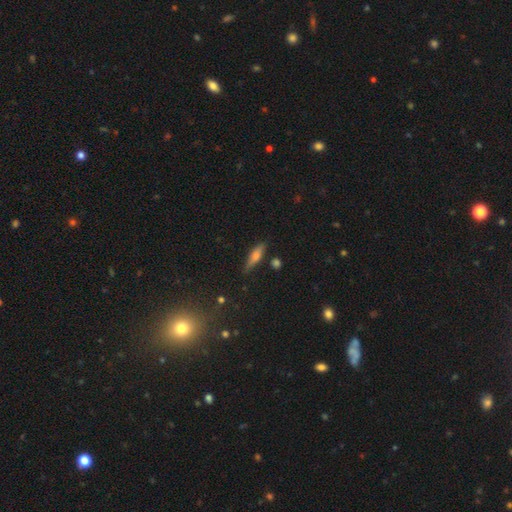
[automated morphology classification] A smooth galaxy with no disk features (48%). Merging: none (80%).